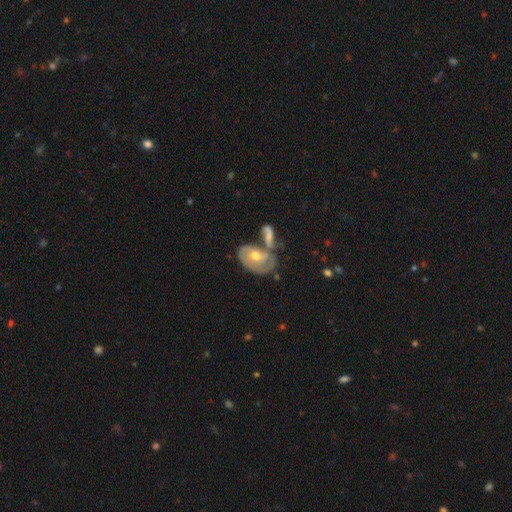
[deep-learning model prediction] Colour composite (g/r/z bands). It shows a featured or disk galaxy (62%) with no bar (72%), spiral arms (63%) and a moderate central bulge (68%). Merging: merger (39%).